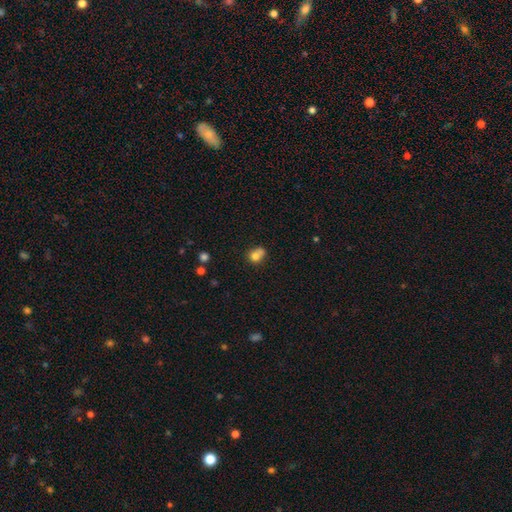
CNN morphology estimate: smooth-or-featured: smooth: 75% | featured or disk: 14% | star or artifact: 12%
  how-rounded: round: 71% | in between: 28% | cigar-shaped: 1%
  merging: merger: 44% | none: 37% | minor disturbance: 13% | major disturbance: 6%